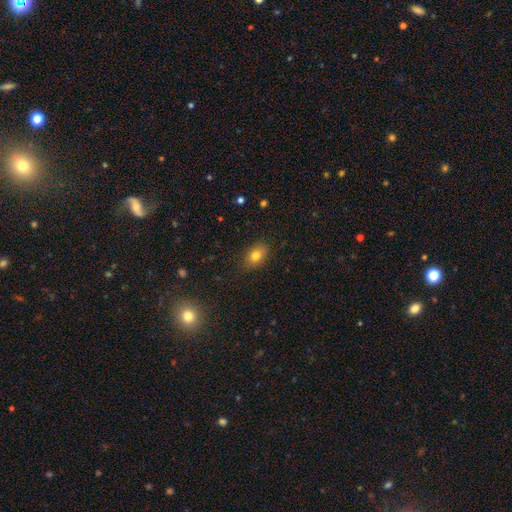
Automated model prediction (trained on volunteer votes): Smooth or featured? smooth (79%)
How rounded? in between (77%)
Merging? none (83%)